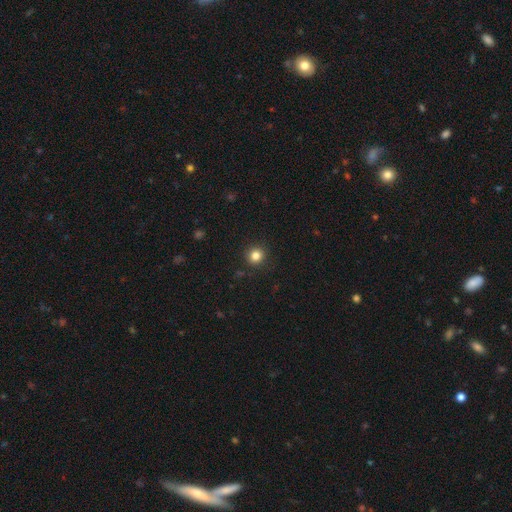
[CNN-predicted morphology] type=smooth (83%); roundness=round (92%); merging=none (91%).